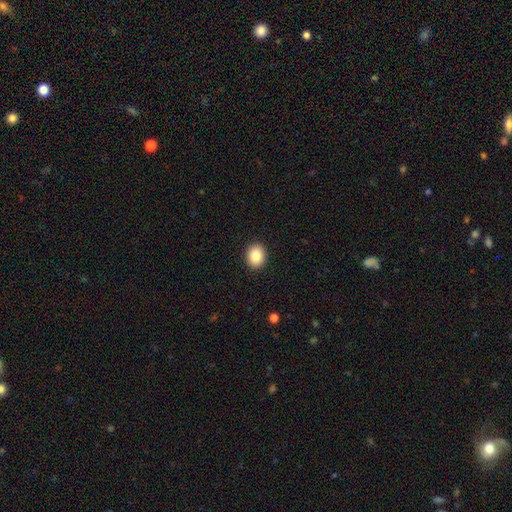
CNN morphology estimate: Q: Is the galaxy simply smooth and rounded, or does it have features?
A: smooth — 84%.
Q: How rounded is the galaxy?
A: round — 58%.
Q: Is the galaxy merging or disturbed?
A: none — 92%.